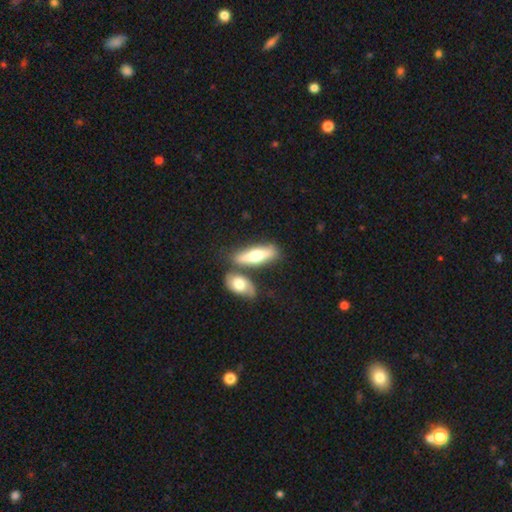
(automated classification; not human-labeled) smooth-or-featured: smooth: 50% | featured or disk: 45% | star or artifact: 5%
  how-rounded: cigar-shaped: 49% | in between: 48% | round: 3%
  merging: none: 59% | merger: 26% | minor disturbance: 11% | major disturbance: 4%